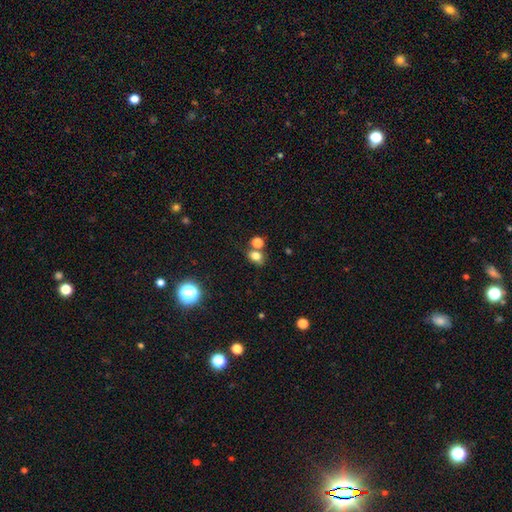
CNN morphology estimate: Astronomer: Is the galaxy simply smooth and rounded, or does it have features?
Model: smooth — 76%.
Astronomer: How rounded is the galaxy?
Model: in between — 55% (runner-up: round, 44%).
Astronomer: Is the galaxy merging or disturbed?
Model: none — 56%.